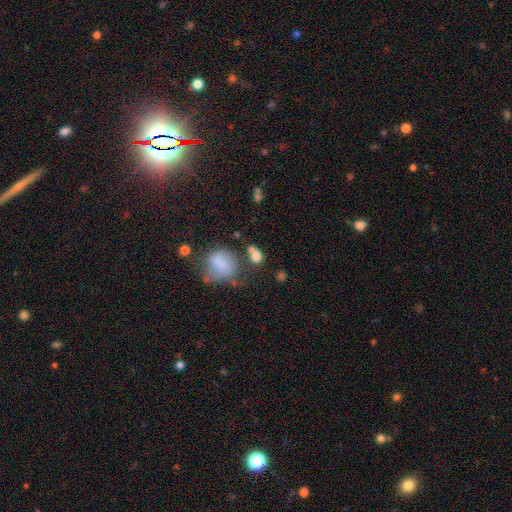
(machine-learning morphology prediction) A smooth galaxy with no disk features (77%) that is round (50%).

Vote fractions:
- Smooth or featured? smooth: 77% / star or artifact: 12% / featured or disk: 11%
- How rounded? round: 50% / in between: 47% / cigar-shaped: 2%
- Merging? none: 43% / merger: 28% / minor disturbance: 18% / major disturbance: 12%